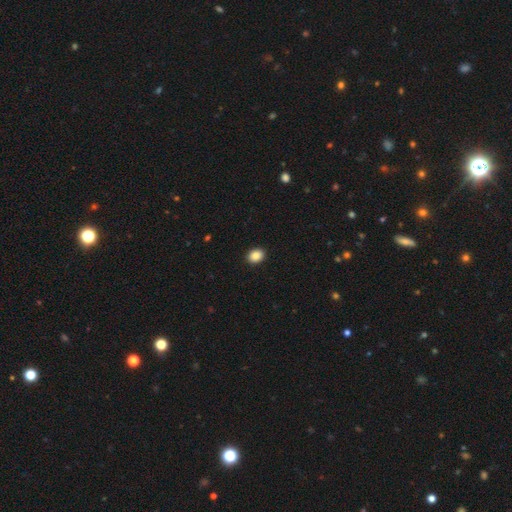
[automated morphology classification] smooth_or_featured: smooth (p=0.88) [alt: star or artifact p=0.09]
how_rounded: in between (p=0.52) [alt: round p=0.47]
merging: none (p=0.92) [alt: minor disturbance p=0.05]